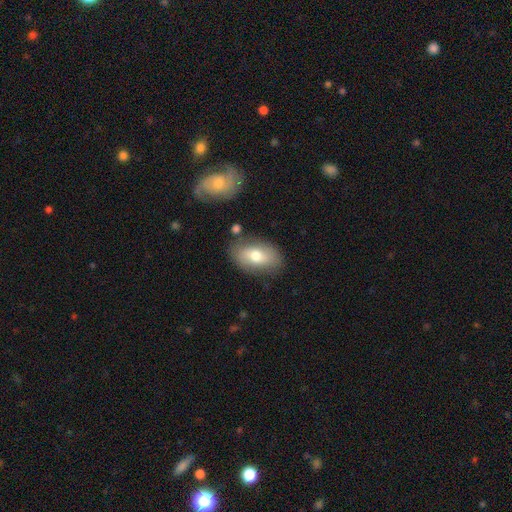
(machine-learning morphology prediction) Overall: smooth (68%). How rounded: in between (90%). Merging: none (78%).